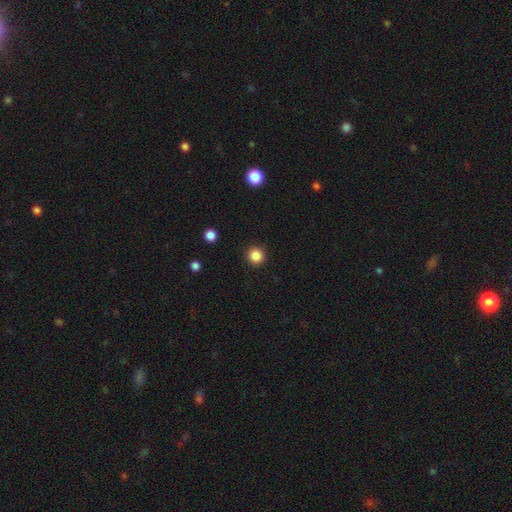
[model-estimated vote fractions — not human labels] Smooth or featured?
  - smooth: 86% *
  - star or artifact: 11%
  - featured or disk: 3%
How rounded?
  - round: 95% *
  - in between: 4%
  - cigar-shaped: 1%
Merging?
  - none: 92% *
  - minor disturbance: 5%
  - major disturbance: 2%
  - merger: 1%